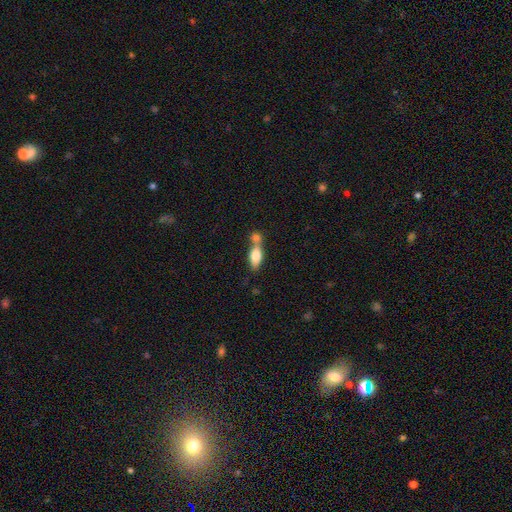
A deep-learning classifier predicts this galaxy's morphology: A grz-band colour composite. It shows a smooth galaxy with no disk features (75%) that is in between round and cigar-shaped (79%). Merging: merger (51%).